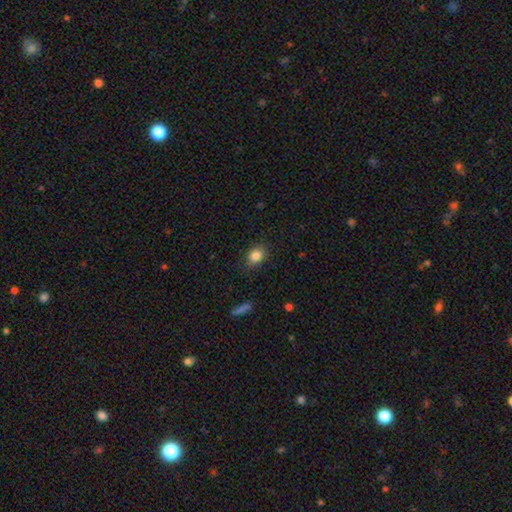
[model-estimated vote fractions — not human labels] Q: Smooth or featured?
A: smooth (85%); runner-up: star or artifact (10%)
Q: How rounded?
A: round (50%); runner-up: in between (48%)
Q: Merging?
A: none (83%); runner-up: minor disturbance (13%)